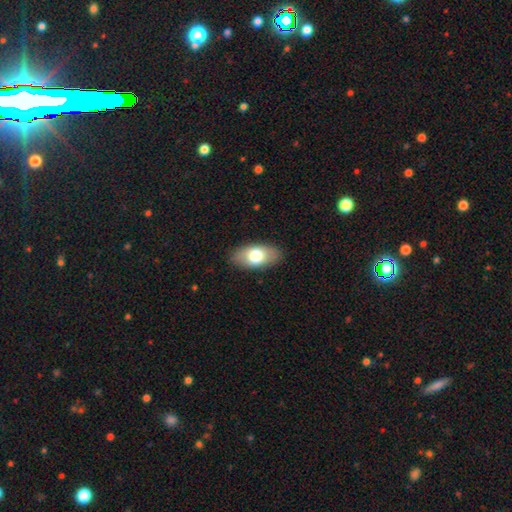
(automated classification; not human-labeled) smooth 72%, featured or disk 22%, star or artifact 6%. Down the decision tree: how rounded — in between (92%); merging — none (87%).